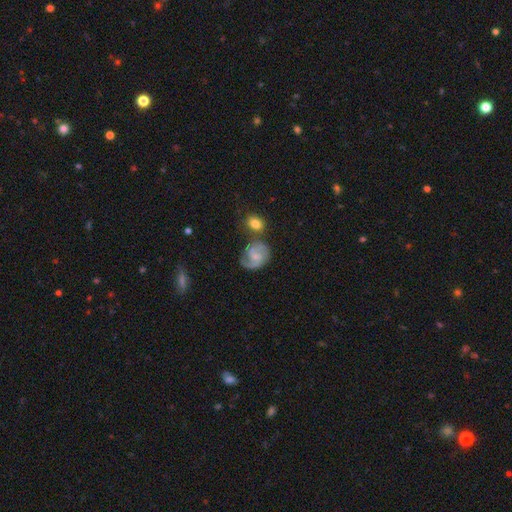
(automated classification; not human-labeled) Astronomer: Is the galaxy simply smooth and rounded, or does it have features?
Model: featured or disk — 76%.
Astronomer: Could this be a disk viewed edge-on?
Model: no — 98%.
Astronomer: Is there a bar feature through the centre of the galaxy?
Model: weak — 48% (runner-up: no, 42%).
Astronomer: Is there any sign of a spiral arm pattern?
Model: yes — 95%.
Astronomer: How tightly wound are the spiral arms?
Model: medium — 53%.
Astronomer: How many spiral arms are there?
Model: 2 — 82%.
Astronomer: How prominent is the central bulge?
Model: small — 48% (runner-up: none, 28%).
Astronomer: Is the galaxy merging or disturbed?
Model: none — 60%.